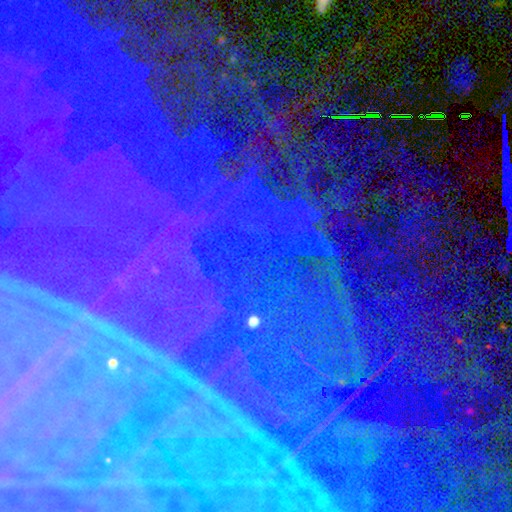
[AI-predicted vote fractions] This is likely a star or artifact rather than a galaxy (78%).